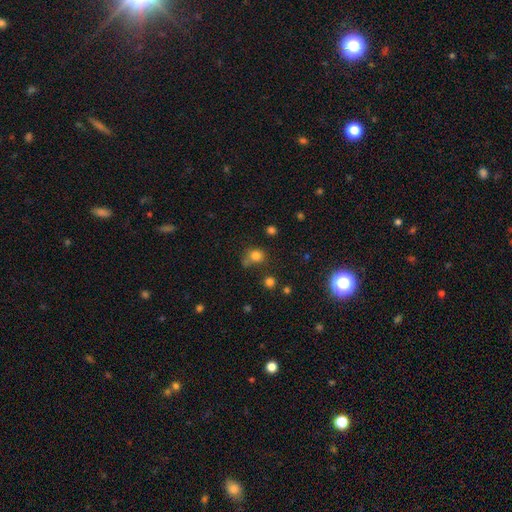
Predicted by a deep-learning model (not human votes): The model was most divided on "merging": none: 57%, minor disturbance: 20%, merger: 14%, major disturbance: 9%. More confident: smooth or featured — smooth (78%); how rounded — round (74%).